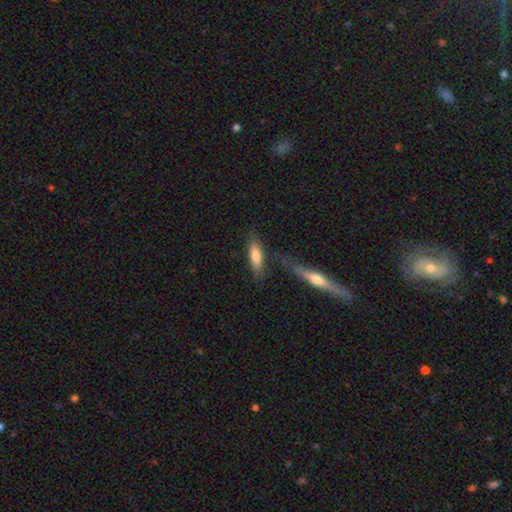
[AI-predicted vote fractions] A smooth galaxy with no disk features (71%) that is cigar-shaped (59%). Merging: none (68%).